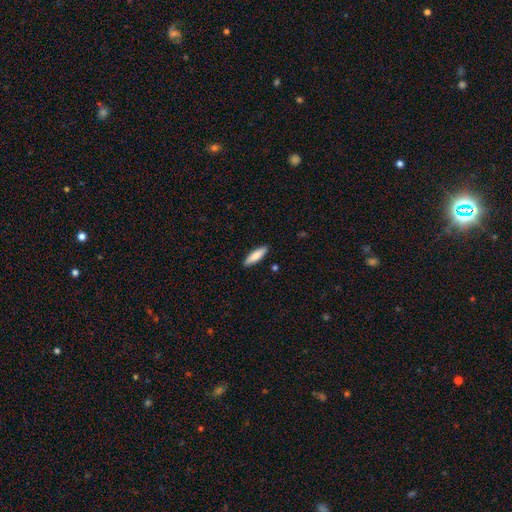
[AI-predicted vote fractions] Smooth or featured? smooth (78%)
How rounded? cigar-shaped (62%)
Merging? none (89%)